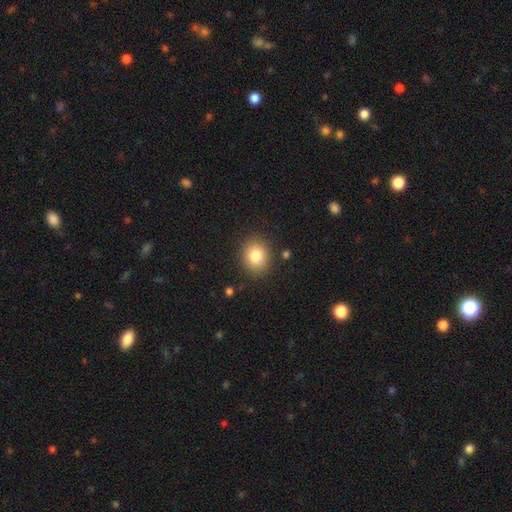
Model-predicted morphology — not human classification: The model was most divided on "how rounded": round: 67%, in between: 33%, cigar-shaped: 1%. More confident: merging — none (86%); smooth or featured — smooth (81%).